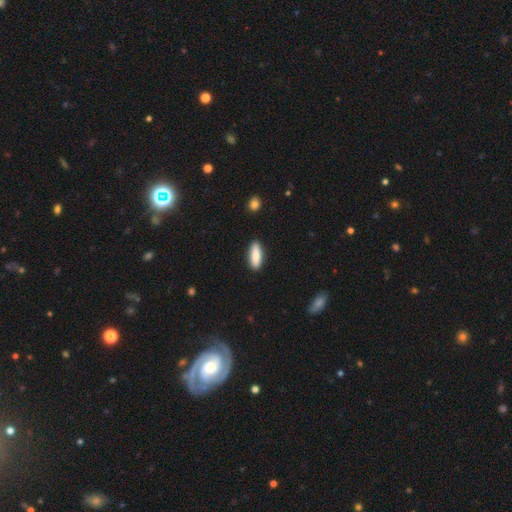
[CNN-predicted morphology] The model was most divided on "how rounded": in between: 50%, cigar-shaped: 48%, round: 2%. More confident: merging — none (89%); smooth or featured — smooth (83%).